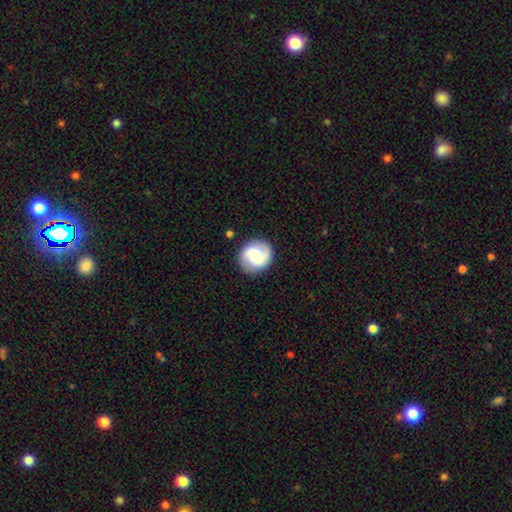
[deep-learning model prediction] This is likely a featured or disk galaxy (64%). It is clearly not viewed edge-on (98%). Bar: marginally weak (45%). Spiral arm pattern: clearly yes (95%). Spiral arm count: clearly 2 (87%). Spiral winding: possibly medium (48%). Central bulge: marginally small (43%). Merging: clearly none (85%).